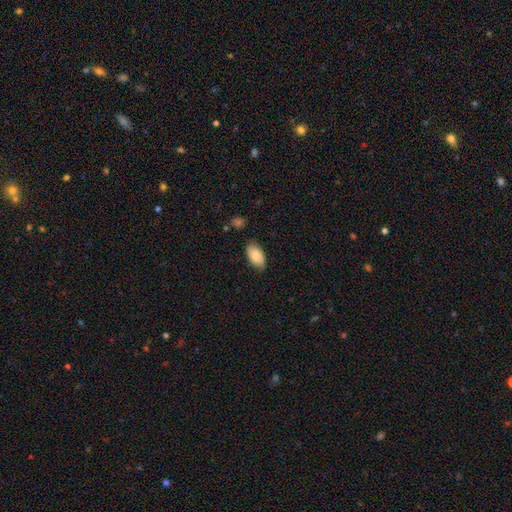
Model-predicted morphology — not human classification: Overall: smooth (87%). How rounded: in between (95%). Merging: none (81%).